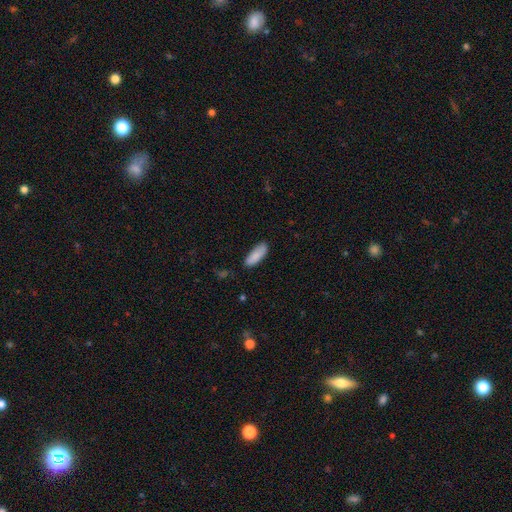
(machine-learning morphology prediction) smooth-or-featured: smooth: 87% | featured or disk: 7% | star or artifact: 6%
  how-rounded: in between: 68% | cigar-shaped: 30% | round: 2%
  merging: none: 81% | minor disturbance: 15% | major disturbance: 3% | merger: 2%